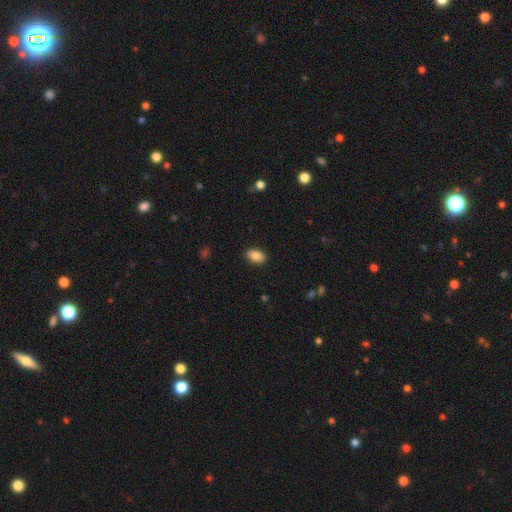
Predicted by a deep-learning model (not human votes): smooth 87%, star or artifact 8%, featured or disk 5%. Down the decision tree: how rounded — in between (91%); merging — none (88%).